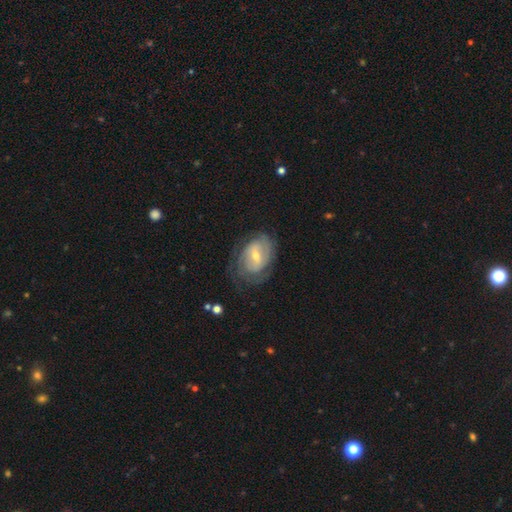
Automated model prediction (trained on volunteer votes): Smooth or featured? featured or disk (71%)
Edge-on disk? no (96%)
Bar? weak (52%)
Spiral arms? yes (79%)
Spiral winding? tight (56%)
Spiral arm count? can't tell (43%)
Bulge size? small (49%)
Merging? none (61%)